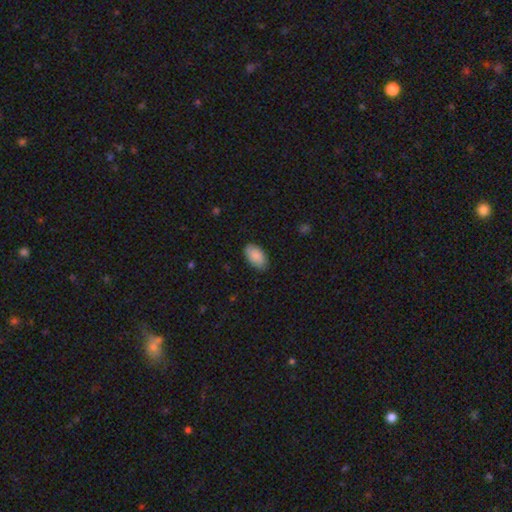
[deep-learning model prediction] The model was most divided on "merging": none: 83%, minor disturbance: 13%, major disturbance: 2%, merger: 1%. More confident: how rounded — in between (94%); smooth or featured — smooth (84%).